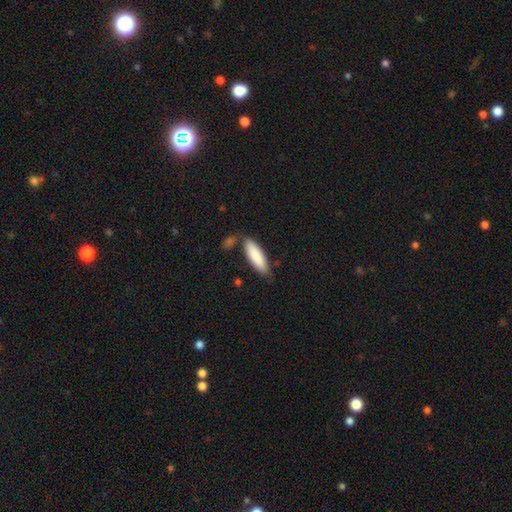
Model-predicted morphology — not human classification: This is clearly a smooth galaxy (86%). How rounded: possibly cigar-shaped (49%, tied with in between). Merging: likely none (74%).